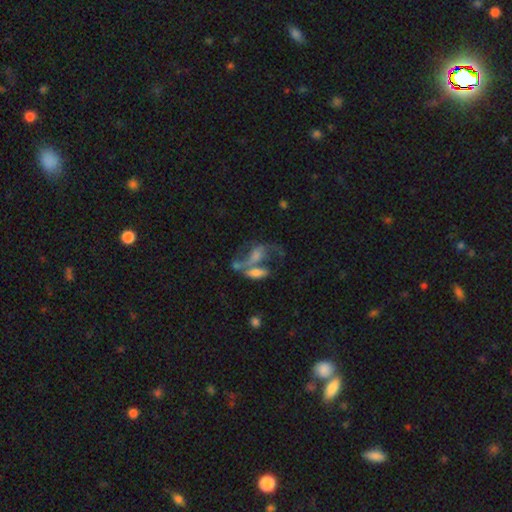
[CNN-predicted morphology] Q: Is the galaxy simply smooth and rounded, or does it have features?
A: featured or disk — 55%.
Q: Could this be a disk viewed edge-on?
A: no — 92%.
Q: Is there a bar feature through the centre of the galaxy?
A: no — 60%.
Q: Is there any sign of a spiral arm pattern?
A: yes — 57%.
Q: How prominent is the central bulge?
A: none — 30%.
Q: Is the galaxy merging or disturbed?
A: merger — 45%.